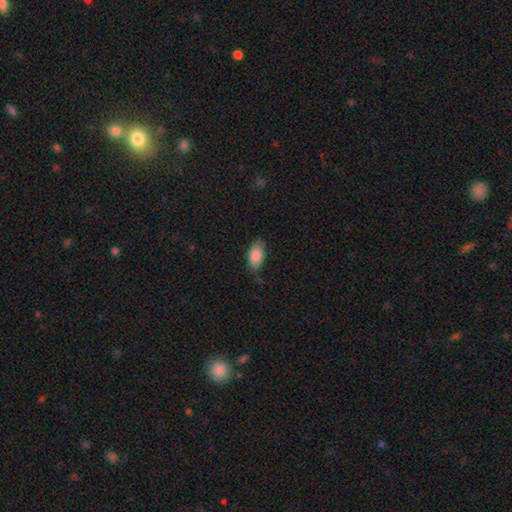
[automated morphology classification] smooth 87%, featured or disk 7%, star or artifact 7%. Down the decision tree: how rounded — in between (93%); merging — none (64%).